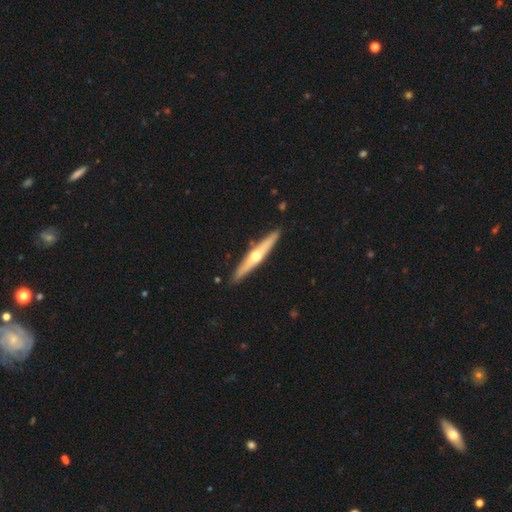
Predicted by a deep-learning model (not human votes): featured or disk 65%, smooth 31%, star or artifact 5%. Down the decision tree: edge-on disk — yes (95%); edge-on bulge — rounded (92%); merging — none (89%).